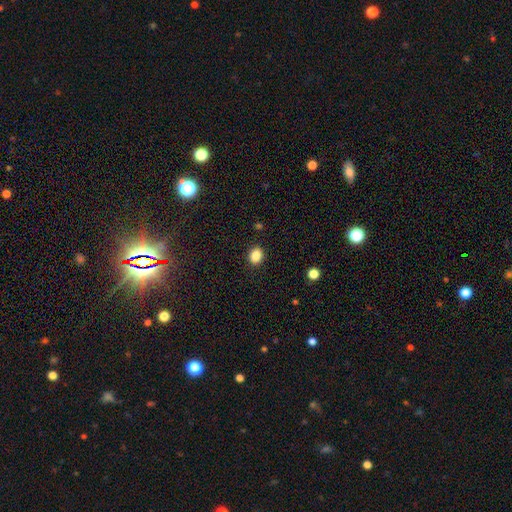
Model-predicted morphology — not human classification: smooth 86%, star or artifact 10%, featured or disk 4%. Down the decision tree: how rounded — round (51%); merging — none (89%).